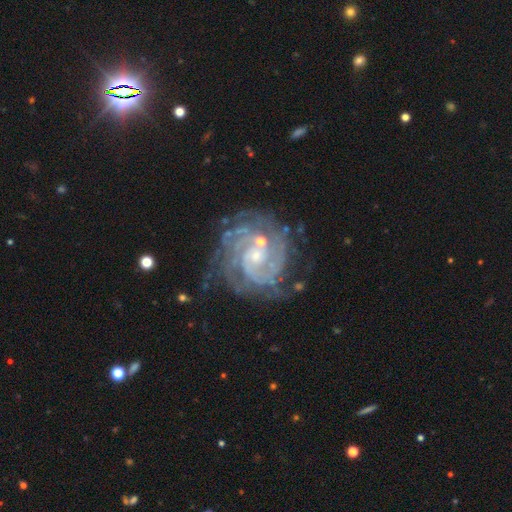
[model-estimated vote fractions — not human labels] Morphology: type=featured or disk (88%); edge-on=no (98%); bar=no (66%); spiral arms=yes (97%); winding=tight (74%); arm count=can't tell (26%); bulge=small (69%); merging=none (65%).